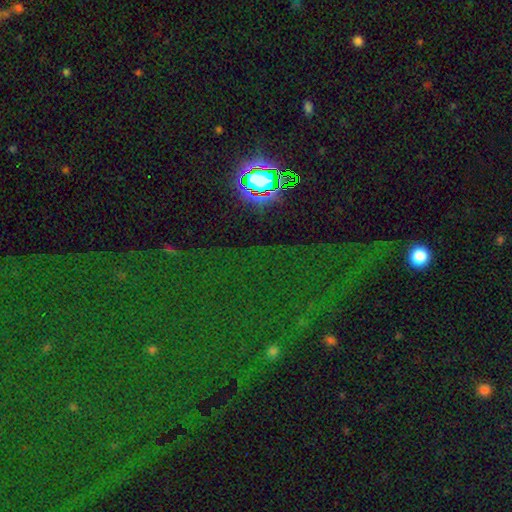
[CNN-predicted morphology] A star or artifact, not a galaxy (82%).